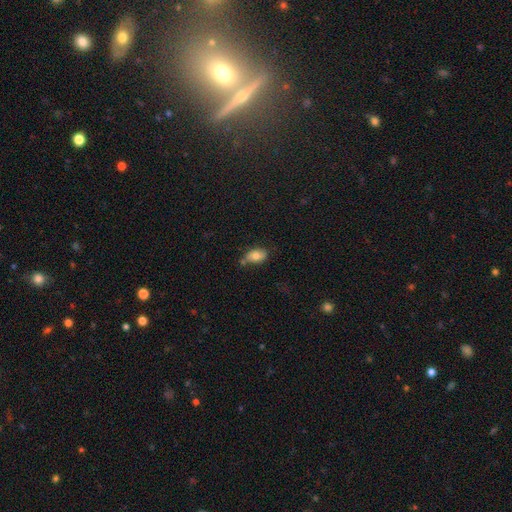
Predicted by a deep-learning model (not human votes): Smooth or featured?
  - smooth: 76% *
  - featured or disk: 16%
  - star or artifact: 8%
How rounded?
  - in between: 89% *
  - round: 9%
  - cigar-shaped: 2%
Merging?
  - none: 55% *
  - minor disturbance: 27%
  - merger: 11%
  - major disturbance: 7%